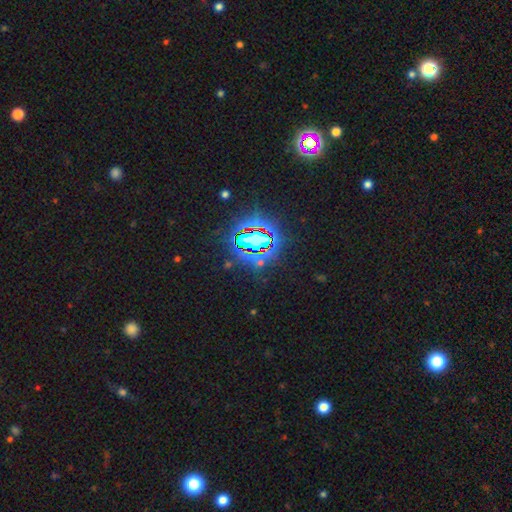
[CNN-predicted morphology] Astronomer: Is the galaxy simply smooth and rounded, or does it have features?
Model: star or artifact — 77%.